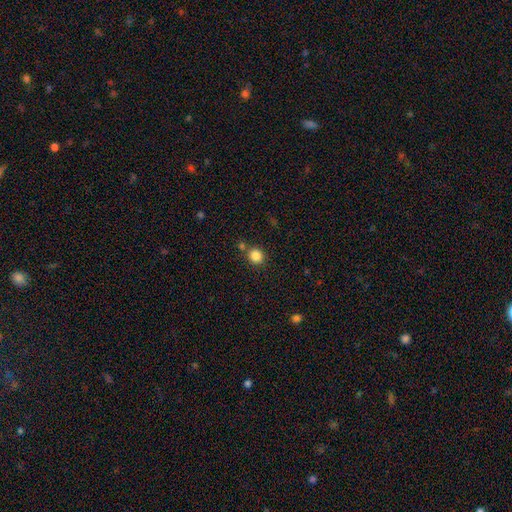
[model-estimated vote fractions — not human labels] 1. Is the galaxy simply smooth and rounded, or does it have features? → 85% smooth, 11% star or artifact, 4% featured or disk.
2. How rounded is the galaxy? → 83% round, 16% in between, 1% cigar-shaped.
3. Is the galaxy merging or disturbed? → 77% none, 11% merger, 9% minor disturbance, 3% major disturbance.